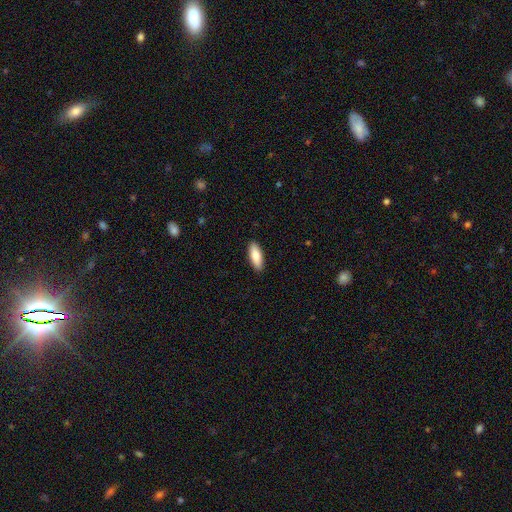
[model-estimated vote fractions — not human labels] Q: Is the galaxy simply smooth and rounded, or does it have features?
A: smooth — 84%.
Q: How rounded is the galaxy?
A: in between — 71%.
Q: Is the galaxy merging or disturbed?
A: none — 90%.